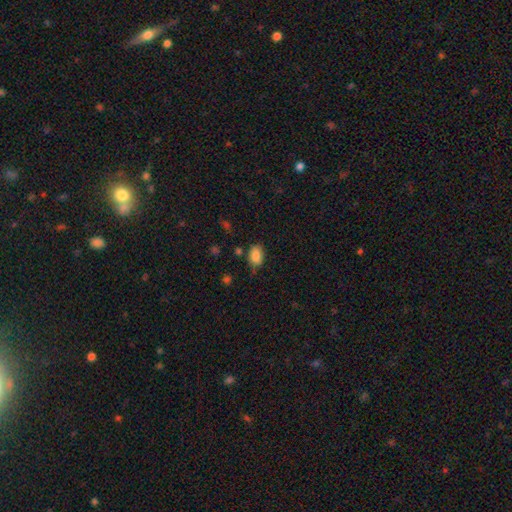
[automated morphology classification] A smooth galaxy with no disk features (85%) that is in between round and cigar-shaped (85%). Merging: none (74%).